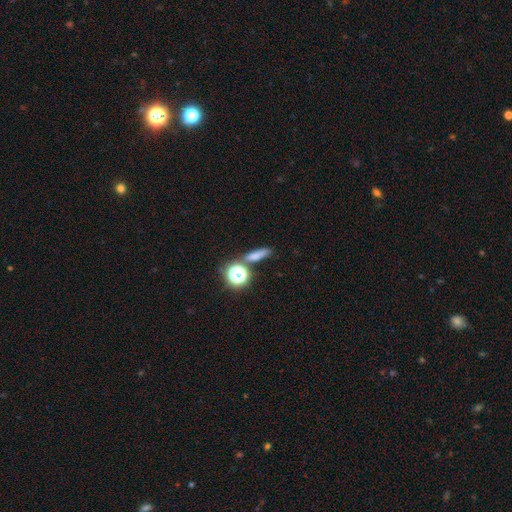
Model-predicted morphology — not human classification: Smooth or featured?
  - smooth: 69% *
  - star or artifact: 20%
  - featured or disk: 11%
How rounded?
  - cigar-shaped: 51% *
  - in between: 26%
  - round: 23%
Merging?
  - none: 75% *
  - merger: 11%
  - minor disturbance: 10%
  - major disturbance: 4%